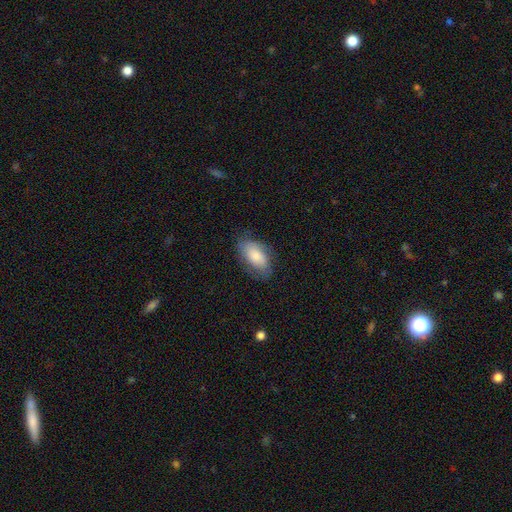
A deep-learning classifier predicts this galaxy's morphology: This is likely a smooth galaxy (74%). How rounded: clearly in between (93%). Merging: likely none (71%).